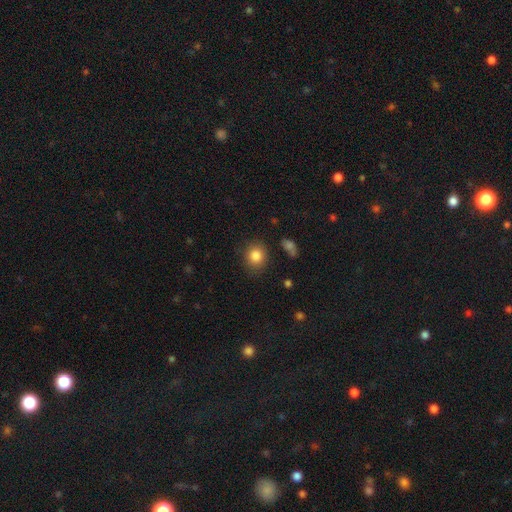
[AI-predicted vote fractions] Smooth or featured? smooth (84%)
How rounded? round (80%)
Merging? none (85%)